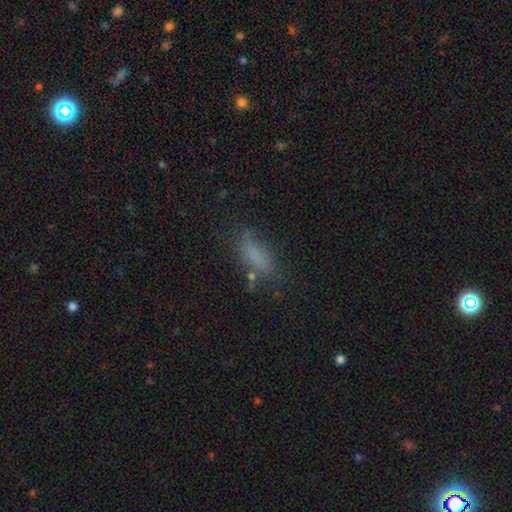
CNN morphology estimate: This appears to be a smooth galaxy with no disk features (75%) that is in between round and cigar-shaped (65%). Merging: none (59%).